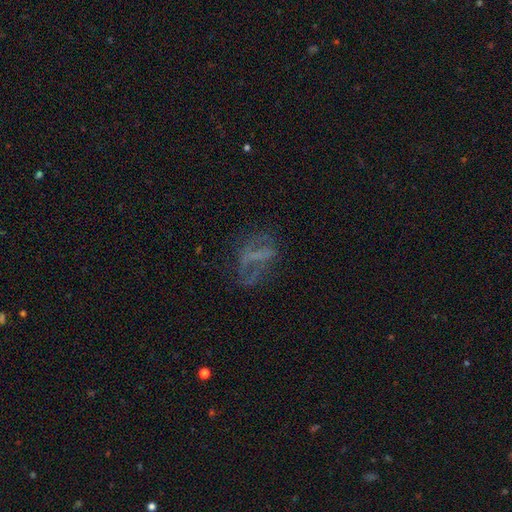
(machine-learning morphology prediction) featured or disk 55%, smooth 23%, star or artifact 21%. Down the decision tree: edge-on disk — no (93%); bar — no (44%); spiral arms — no (65%); bulge size — none (73%); merging — none (46%).